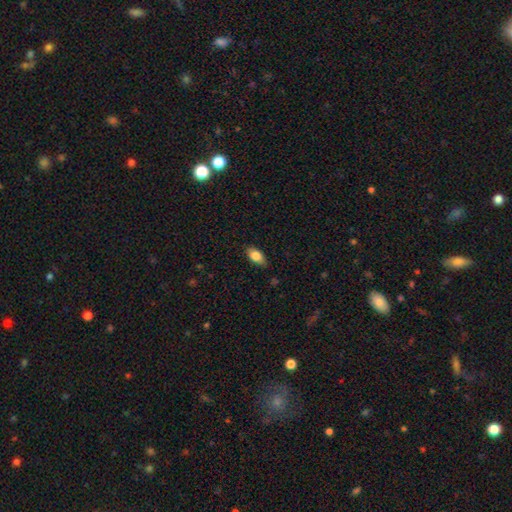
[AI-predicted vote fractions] A smooth galaxy with no disk features (83%) that is in between round and cigar-shaped (89%).

Vote fractions:
- Smooth or featured? smooth: 83% / featured or disk: 10% / star or artifact: 7%
- How rounded? in between: 89% / cigar-shaped: 6% / round: 5%
- Merging? none: 81% / minor disturbance: 15% / major disturbance: 3% / merger: 1%